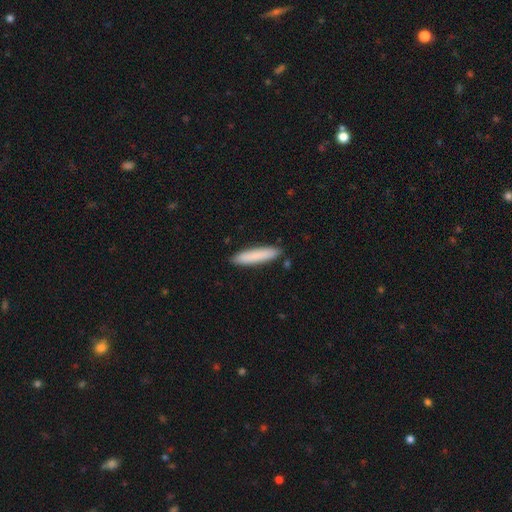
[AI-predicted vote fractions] A smooth galaxy with no disk features (85%) that is cigar-shaped (87%).

Vote fractions:
- Smooth or featured? smooth: 85% / featured or disk: 10% / star or artifact: 6%
- How rounded? cigar-shaped: 87% / in between: 12% / round: 1%
- Merging? none: 88% / minor disturbance: 9% / merger: 2% / major disturbance: 2%